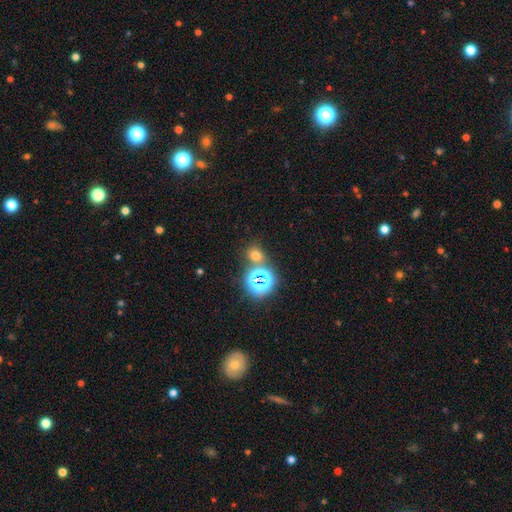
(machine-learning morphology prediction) A smooth galaxy with no disk features (59%) that is round (70%).

Vote fractions:
- Smooth or featured? smooth: 59% / star or artifact: 34% / featured or disk: 7%
- How rounded? round: 70% / in between: 28% / cigar-shaped: 1%
- Merging? none: 72% / merger: 16% / minor disturbance: 8% / major disturbance: 4%